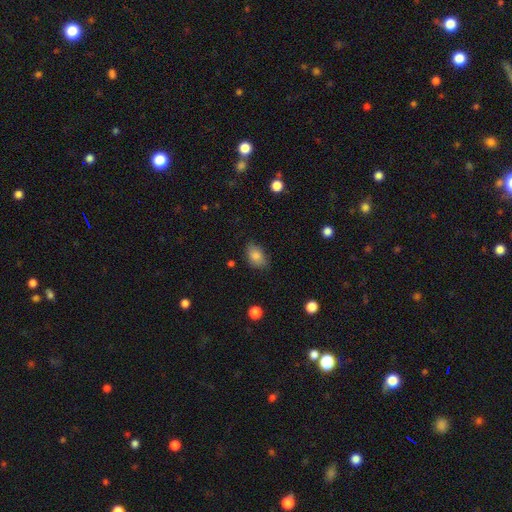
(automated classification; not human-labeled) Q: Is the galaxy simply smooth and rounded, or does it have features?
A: smooth — 83%.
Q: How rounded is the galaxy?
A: in between — 85%.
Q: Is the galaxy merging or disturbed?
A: none — 75%.